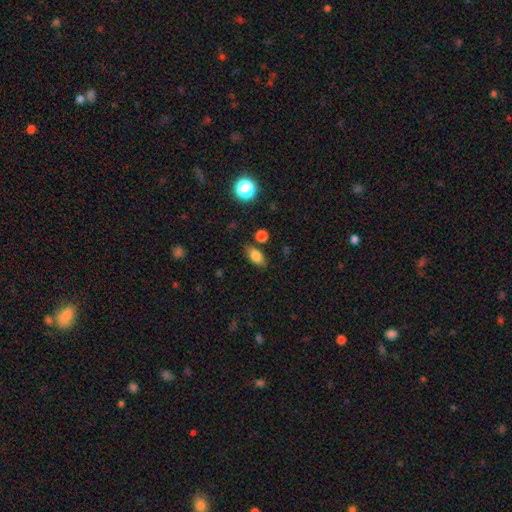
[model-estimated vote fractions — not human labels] The model was most divided on "merging": none: 79%, minor disturbance: 13%, merger: 4%, major disturbance: 3%. More confident: how rounded — in between (82%); smooth or featured — smooth (78%).